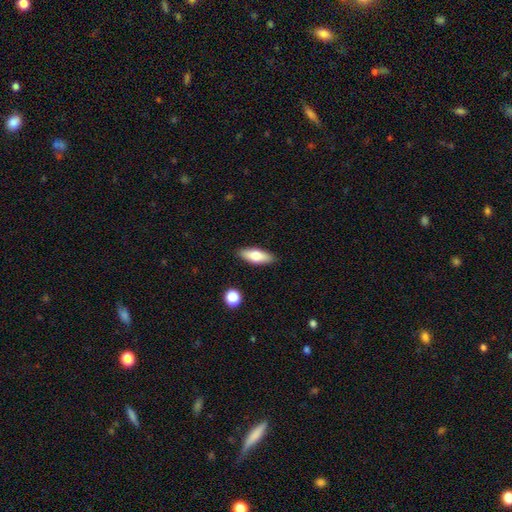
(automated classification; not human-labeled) A smooth galaxy with no disk features (72%) that is in between round and cigar-shaped (70%).

Vote fractions:
- Smooth or featured? smooth: 72% / featured or disk: 22% / star or artifact: 7%
- How rounded? in between: 70% / cigar-shaped: 28% / round: 3%
- Merging? none: 88% / minor disturbance: 8% / major disturbance: 2% / merger: 2%